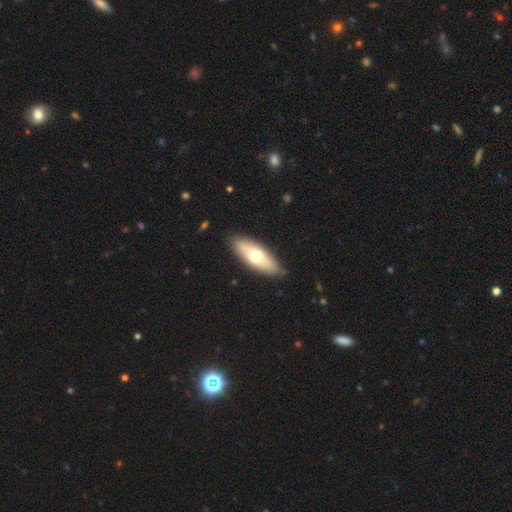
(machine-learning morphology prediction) smooth 60%, featured or disk 35%, star or artifact 5%. Down the decision tree: how rounded — in between (66%); merging — none (85%).